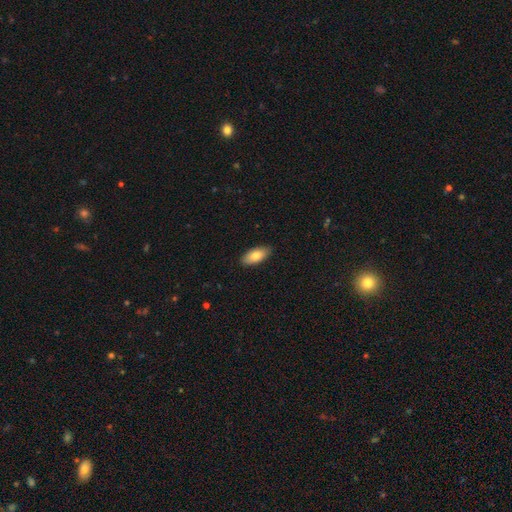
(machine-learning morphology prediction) This is likely a smooth galaxy (80%). How rounded: clearly in between (88%). Merging: clearly none (87%).